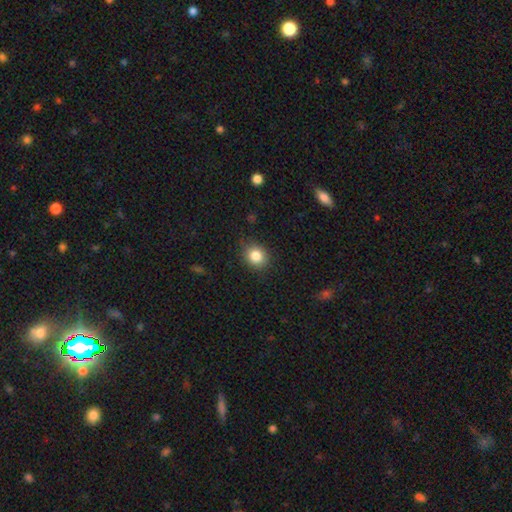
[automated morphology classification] type=smooth (83%); roundness=round (74%); merging=none (84%).